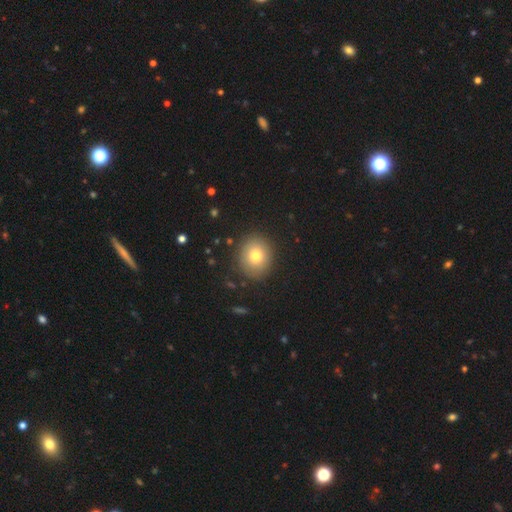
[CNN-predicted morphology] A smooth galaxy with no disk features (77%) that is round (74%).

Vote fractions:
- Smooth or featured? smooth: 77% / featured or disk: 13% / star or artifact: 11%
- How rounded? round: 74% / in between: 25% / cigar-shaped: 1%
- Merging? none: 88% / minor disturbance: 8% / major disturbance: 3% / merger: 1%